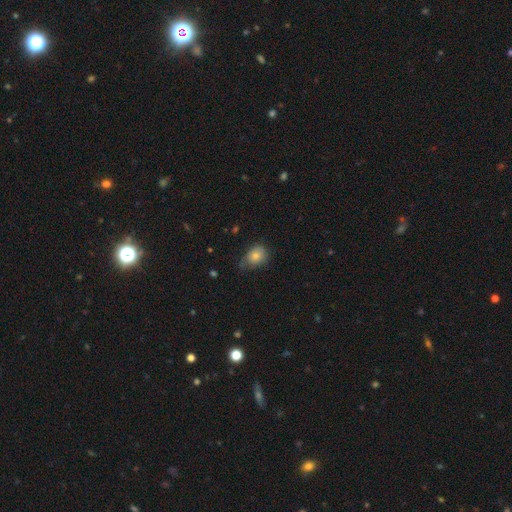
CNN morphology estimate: smooth 80%, featured or disk 11%, star or artifact 10%. Down the decision tree: how rounded — in between (52%); merging — none (53%).